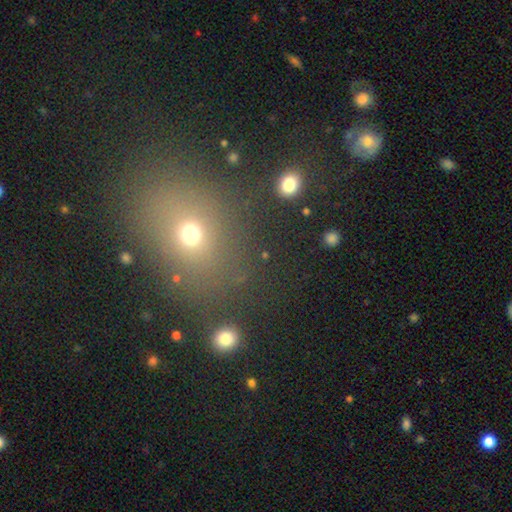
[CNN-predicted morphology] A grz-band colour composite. It shows a smooth galaxy with no disk features (57%) that is in between round and cigar-shaped (51%). Merging: none (81%).